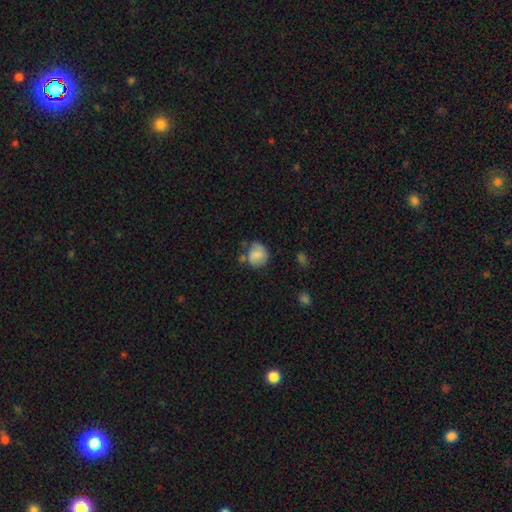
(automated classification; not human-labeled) smooth 66%, featured or disk 26%, star or artifact 8%. Down the decision tree: how rounded — round (74%); merging — none (53%).